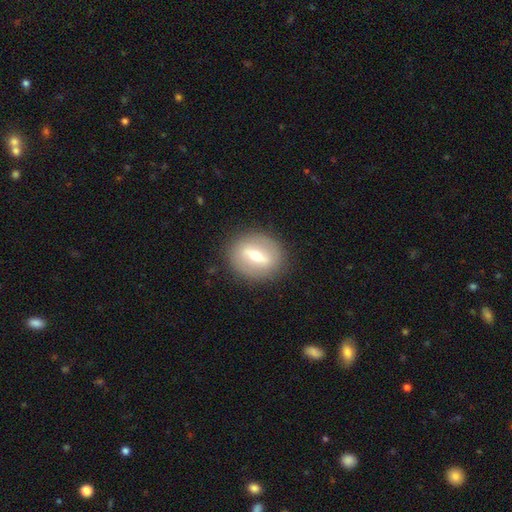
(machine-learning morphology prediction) A featured or disk galaxy (53%).

Vote fractions:
- Smooth or featured? featured or disk: 53% / smooth: 39% / star or artifact: 8%
- Edge-on disk? no: 77% / yes: 23%
- Merging? none: 88% / minor disturbance: 8% / major disturbance: 3% / merger: 1%